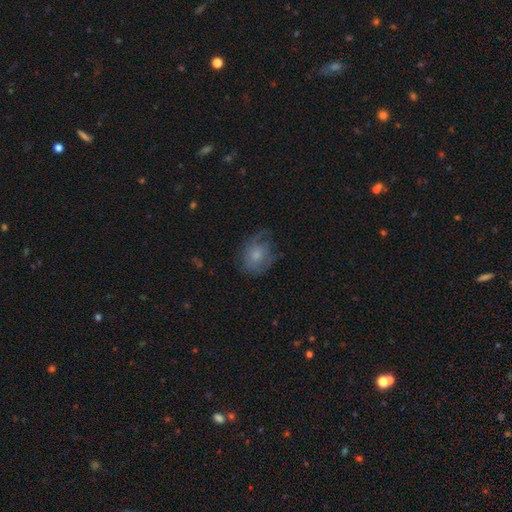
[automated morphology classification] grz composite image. It shows a smooth galaxy with no disk features (44%). Merging: none (62%).